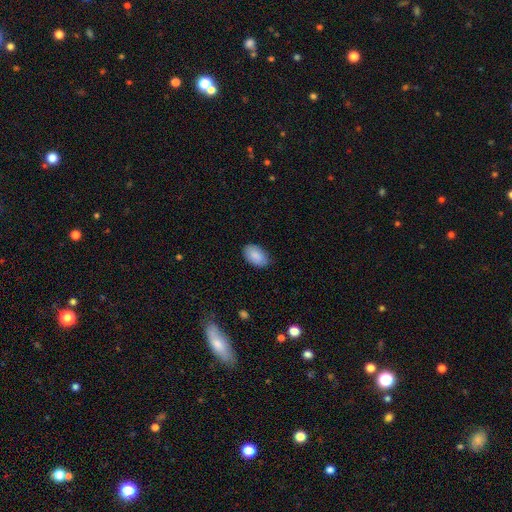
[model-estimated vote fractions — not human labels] This appears to be a smooth galaxy with no disk features (88%) that is in between round and cigar-shaped (93%). Merging: none (84%).